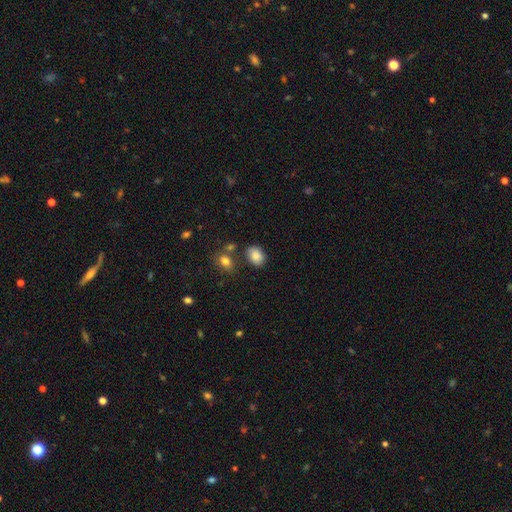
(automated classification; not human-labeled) Smooth or featured: smooth — 85% (star or artifact — 9%)
How rounded: in between — 68% (round — 31%)
Merging: none — 75% (minor disturbance — 14%)